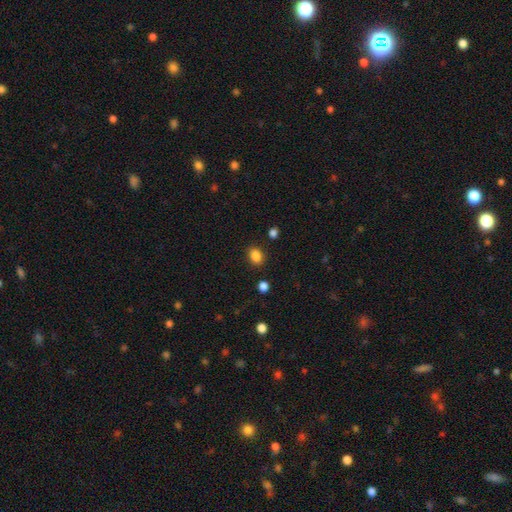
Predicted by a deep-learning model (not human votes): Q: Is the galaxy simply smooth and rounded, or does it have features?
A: smooth — 86%.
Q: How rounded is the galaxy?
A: in between — 56%.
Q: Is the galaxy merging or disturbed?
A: none — 85%.